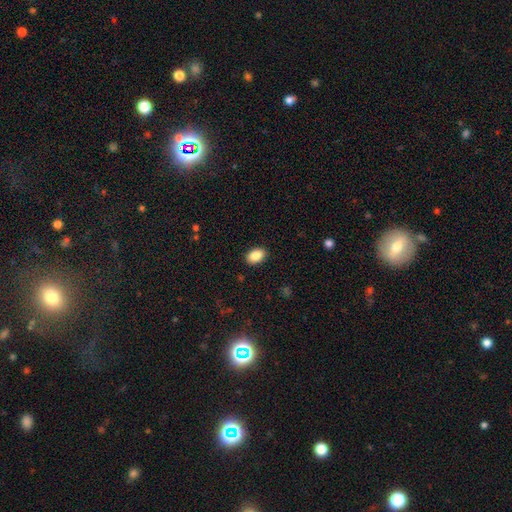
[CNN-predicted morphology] This is clearly a smooth galaxy (87%). How rounded: clearly in between (87%). Merging: clearly none (89%).